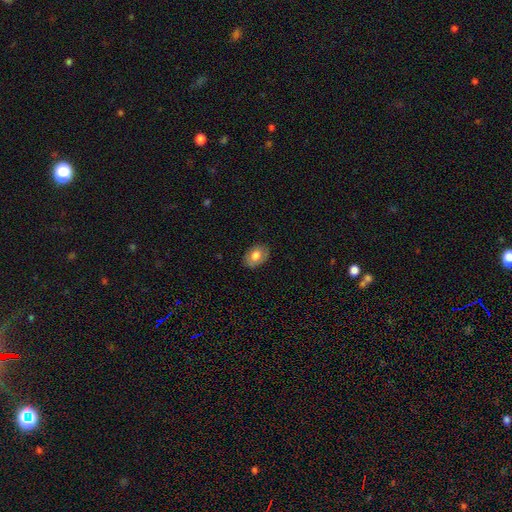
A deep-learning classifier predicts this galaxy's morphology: smooth_or_featured: smooth (p=0.75) [alt: featured or disk p=0.18]
how_rounded: in between (p=0.81) [alt: round p=0.18]
merging: none (p=0.84) [alt: minor disturbance p=0.12]